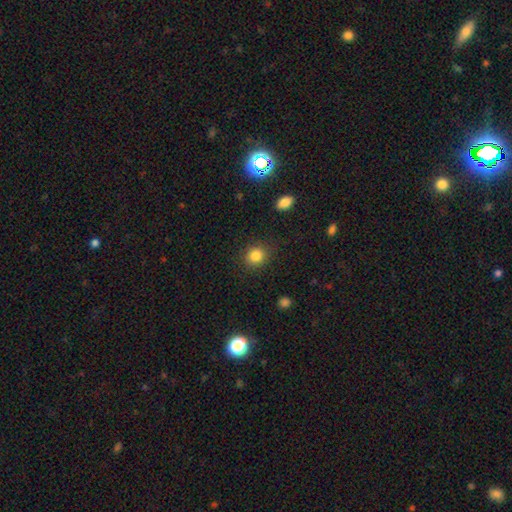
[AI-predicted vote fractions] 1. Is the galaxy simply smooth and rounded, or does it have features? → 85% smooth, 10% star or artifact, 5% featured or disk.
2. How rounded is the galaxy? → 76% round, 23% in between, 1% cigar-shaped.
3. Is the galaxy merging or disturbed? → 84% none, 11% minor disturbance, 3% major disturbance, 1% merger.